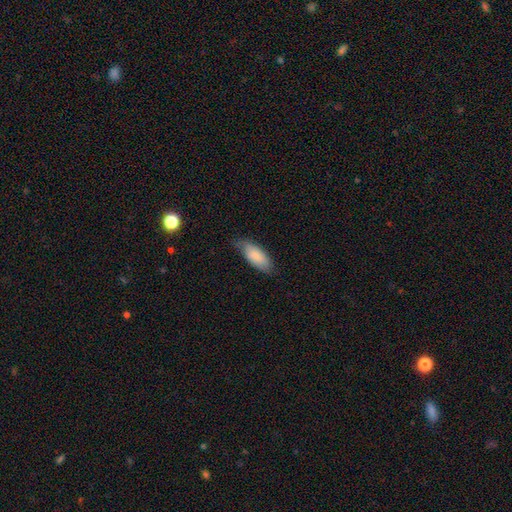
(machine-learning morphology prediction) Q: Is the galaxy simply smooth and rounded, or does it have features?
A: smooth — 81%.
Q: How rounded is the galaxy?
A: in between — 85%.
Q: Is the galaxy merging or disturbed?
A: none — 65%.